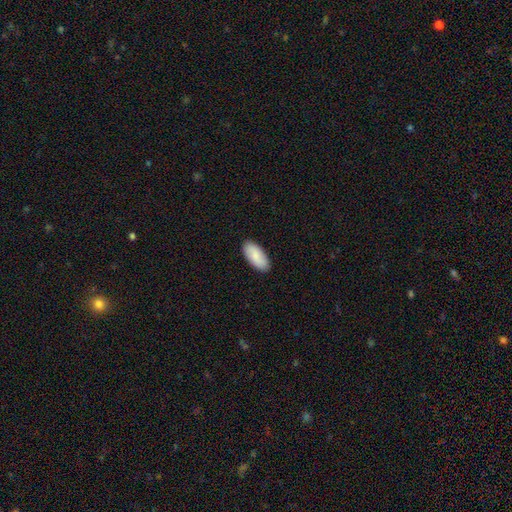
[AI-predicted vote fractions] smooth-or-featured: smooth: 85% | featured or disk: 10% | star or artifact: 5%
  how-rounded: in between: 91% | cigar-shaped: 7% | round: 2%
  merging: none: 90% | minor disturbance: 8% | major disturbance: 1% | merger: 1%